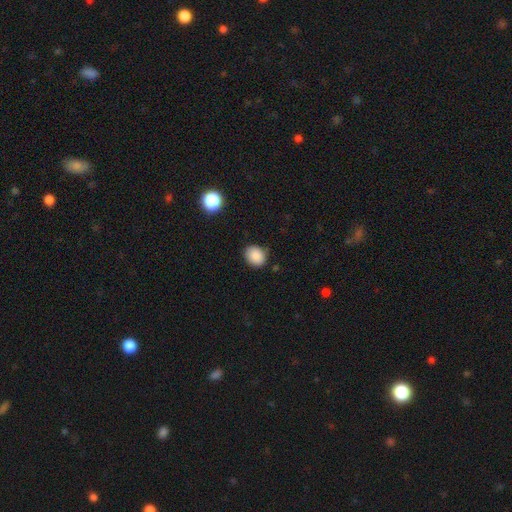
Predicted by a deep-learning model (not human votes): Smooth or featured? Predicted: smooth (p=0.88). How rounded? Predicted: round (p=0.56). Merging? Predicted: none (p=0.83).